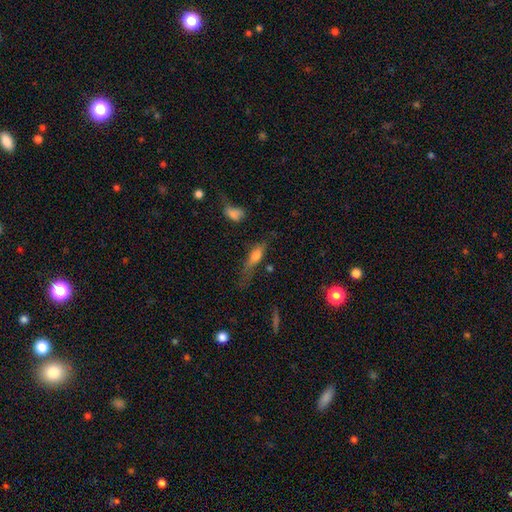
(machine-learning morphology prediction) Q: Smooth or featured?
A: smooth (64%); runner-up: featured or disk (27%)
Q: How rounded?
A: in between (50%); runner-up: cigar-shaped (46%)
Q: Merging?
A: none (42%); runner-up: minor disturbance (29%)